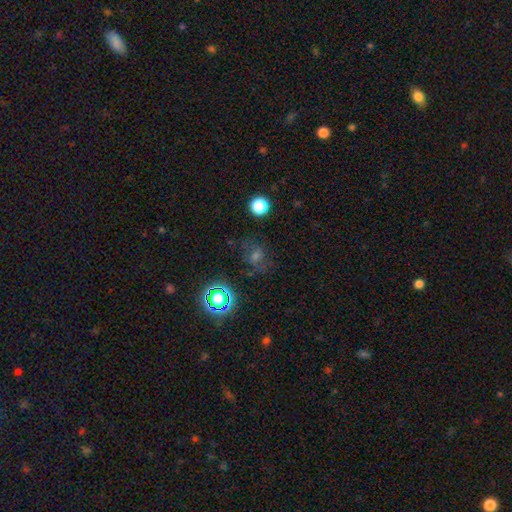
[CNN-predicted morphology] type=smooth (47%); merging=none (69%).